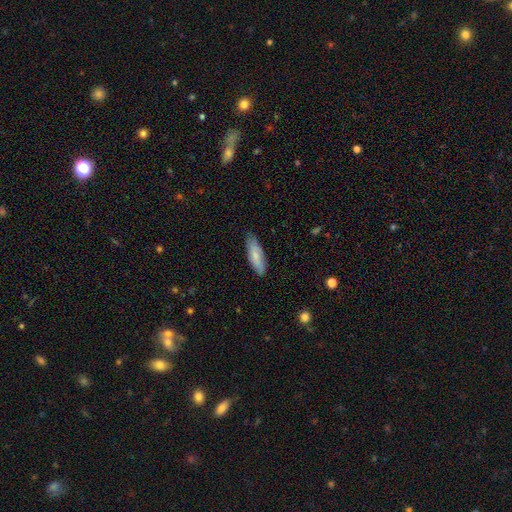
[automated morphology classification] Smooth or featured: smooth — 78% (featured or disk — 16%)
How rounded: in between — 52% (cigar-shaped — 47%)
Merging: none — 82% (minor disturbance — 15%)